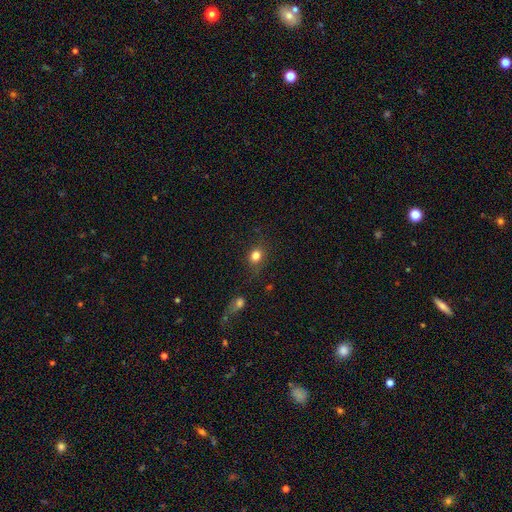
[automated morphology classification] smooth_or_featured: smooth (p=0.81) [alt: star or artifact p=0.12]
how_rounded: round (p=0.65) [alt: in between p=0.34]
merging: none (p=0.78) [alt: minor disturbance p=0.13]